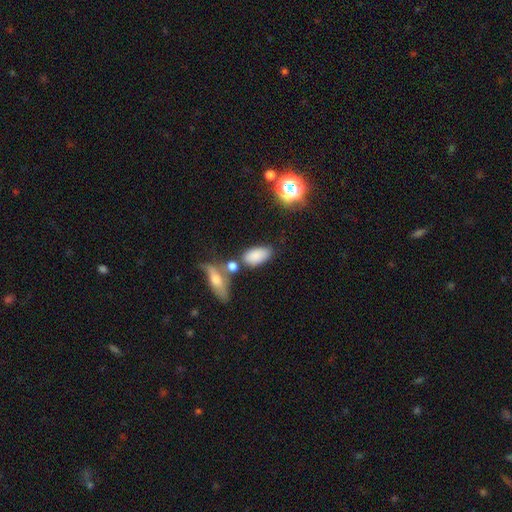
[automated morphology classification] Smooth or featured? Predicted: smooth (p=0.81). How rounded? Predicted: in between (p=0.91). Merging? Predicted: none (p=0.61).